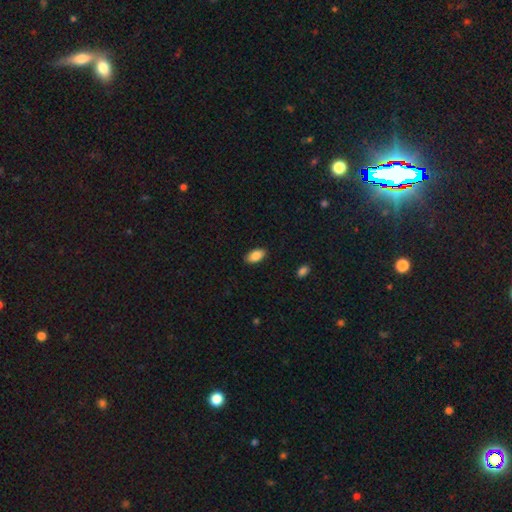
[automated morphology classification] smooth-or-featured: smooth: 87% | star or artifact: 7% | featured or disk: 5%
  how-rounded: in between: 94% | round: 3% | cigar-shaped: 3%
  merging: none: 88% | minor disturbance: 9% | major disturbance: 2% | merger: 1%